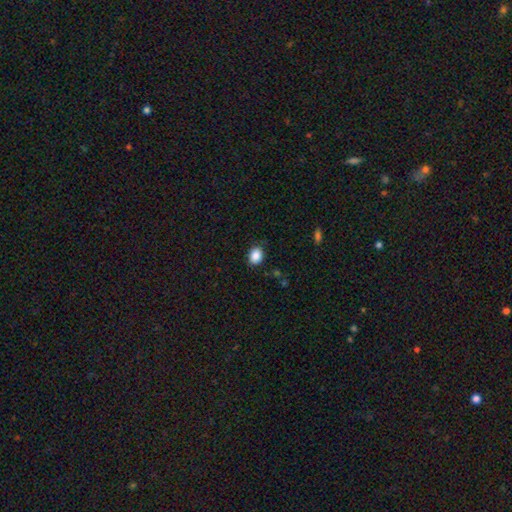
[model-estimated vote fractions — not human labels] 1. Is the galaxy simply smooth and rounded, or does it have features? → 87% smooth, 9% star or artifact, 4% featured or disk.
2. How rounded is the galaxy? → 58% in between, 41% round, 1% cigar-shaped.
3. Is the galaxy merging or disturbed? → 85% none, 11% minor disturbance, 3% major disturbance, 1% merger.